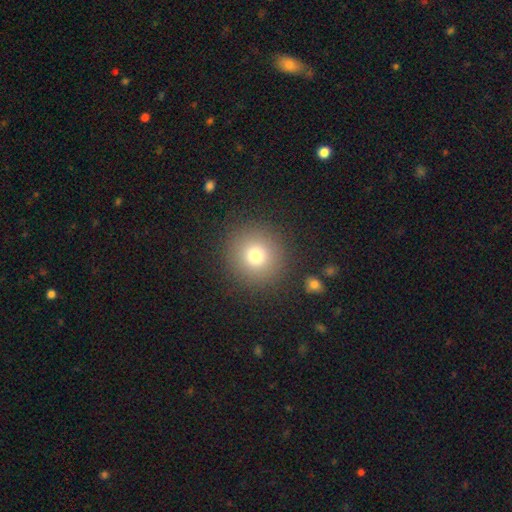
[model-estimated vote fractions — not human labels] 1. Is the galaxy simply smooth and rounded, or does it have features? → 76% smooth, 14% star or artifact, 10% featured or disk.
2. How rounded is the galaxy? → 94% round, 5% in between, 1% cigar-shaped.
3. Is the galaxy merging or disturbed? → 88% none, 7% minor disturbance, 3% major disturbance, 2% merger.